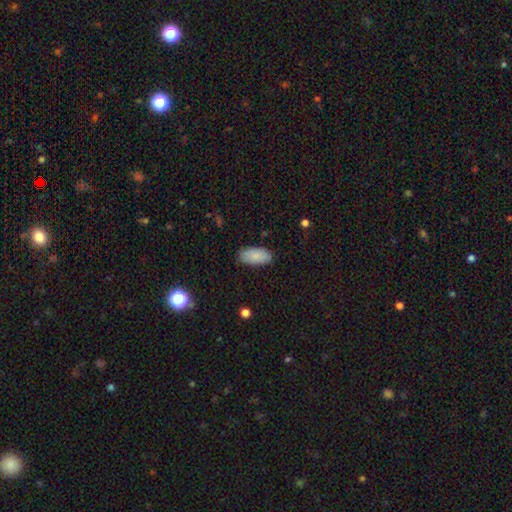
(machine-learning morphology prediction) Smooth or featured? Predicted: smooth (p=0.85). How rounded? Predicted: in between (p=0.92). Merging? Predicted: none (p=0.84).